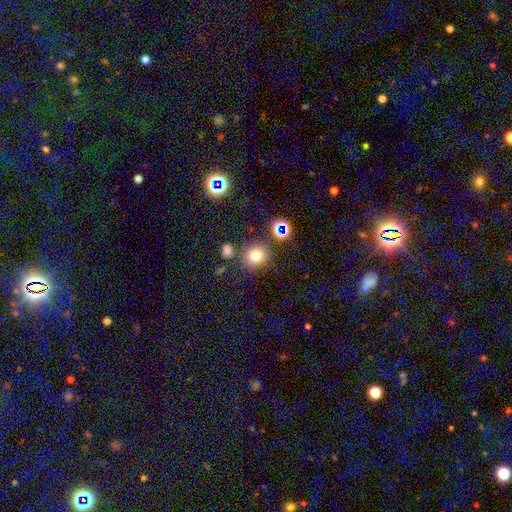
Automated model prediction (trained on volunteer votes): smooth-or-featured: smooth: 75% | star or artifact: 17% | featured or disk: 8%
  how-rounded: round: 86% | in between: 13% | cigar-shaped: 1%
  merging: none: 80% | minor disturbance: 9% | merger: 7% | major disturbance: 4%